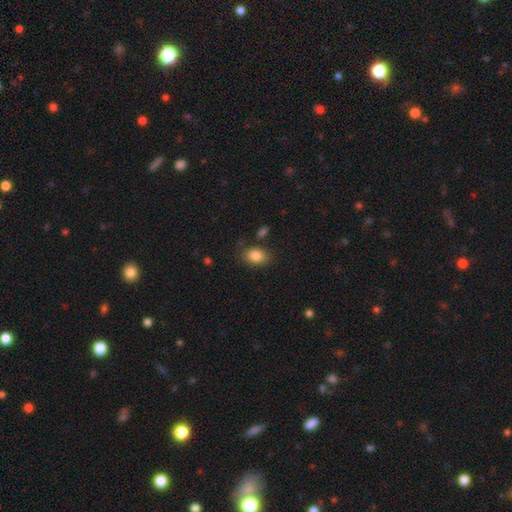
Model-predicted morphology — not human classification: This appears to be a smooth galaxy with no disk features (85%) that is in between round and cigar-shaped (82%). Merging: none (77%).